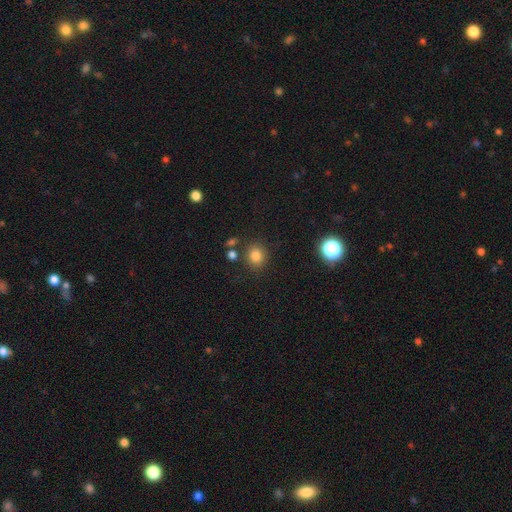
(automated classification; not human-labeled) This is clearly a smooth galaxy (82%). How rounded: likely round (77%). Merging: clearly none (80%).